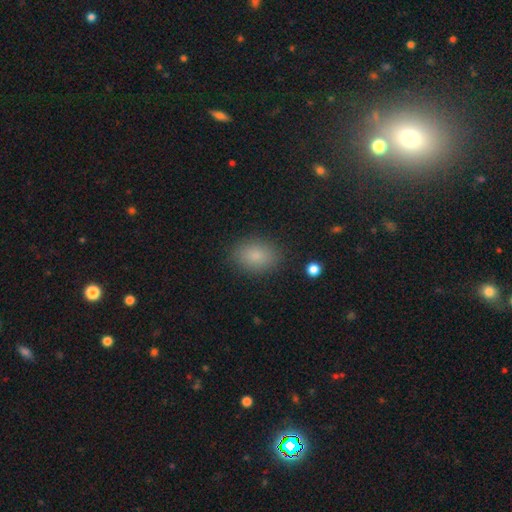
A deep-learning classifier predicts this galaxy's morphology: This appears to be a smooth galaxy with no disk features (84%) that is in between round and cigar-shaped (77%). Merging: none (86%).